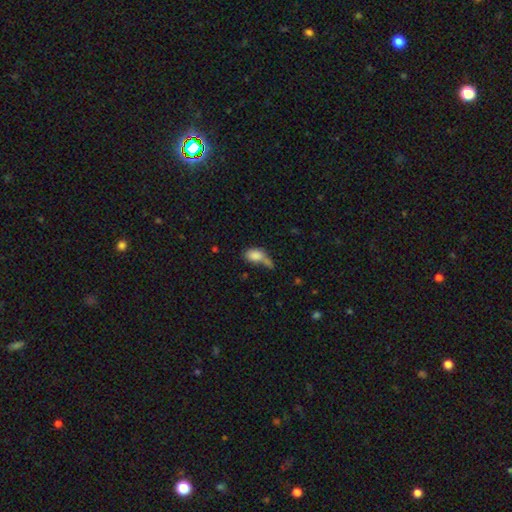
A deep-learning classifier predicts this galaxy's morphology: This appears to be a smooth galaxy with no disk features (82%) that is in between round and cigar-shaped (84%). Merging: merger (33%).